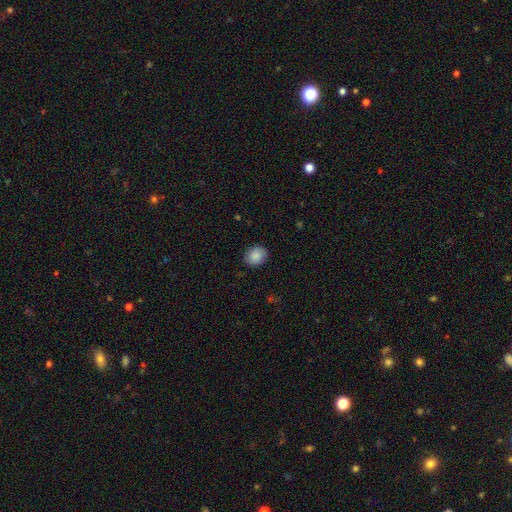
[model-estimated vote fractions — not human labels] Q: Smooth or featured?
A: smooth (88%); runner-up: star or artifact (7%)
Q: How rounded?
A: round (65%); runner-up: in between (34%)
Q: Merging?
A: none (88%); runner-up: minor disturbance (9%)